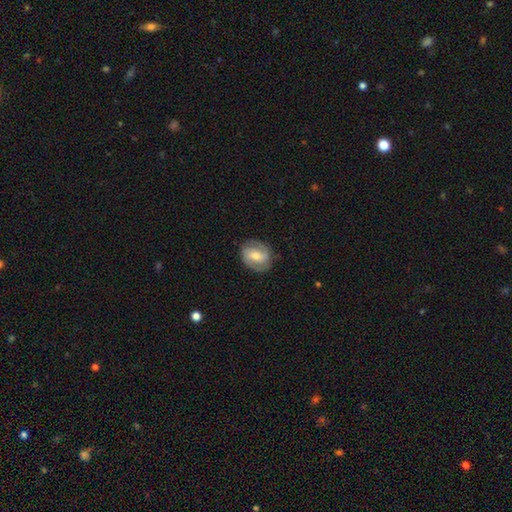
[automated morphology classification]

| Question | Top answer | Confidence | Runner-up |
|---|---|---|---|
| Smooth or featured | featured or disk | 60% | smooth (33%) |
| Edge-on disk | no | 96% | yes (4%) |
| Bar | weak | 41% | strong (35%) |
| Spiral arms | yes | 75% | no (25%) |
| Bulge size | moderate | 57% | small (36%) |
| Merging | none | 80% | minor disturbance (14%) |